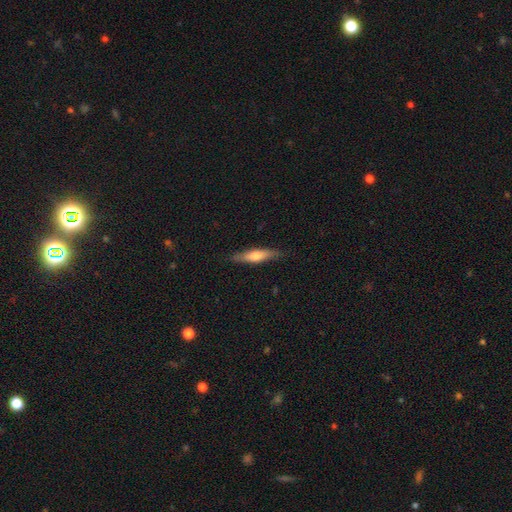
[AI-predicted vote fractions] Smooth or featured: smooth — 53% (featured or disk — 42%)
How rounded: cigar-shaped — 82% (in between — 17%)
Merging: none — 85% (minor disturbance — 12%)